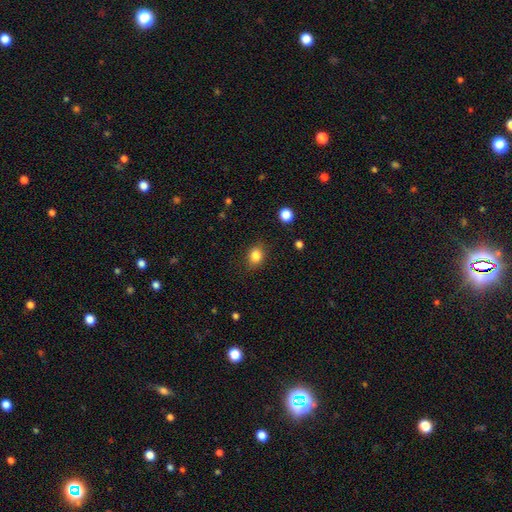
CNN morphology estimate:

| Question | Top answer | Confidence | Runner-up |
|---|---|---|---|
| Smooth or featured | smooth | 84% | star or artifact (11%) |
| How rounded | round | 54% | in between (45%) |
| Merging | none | 84% | minor disturbance (11%) |